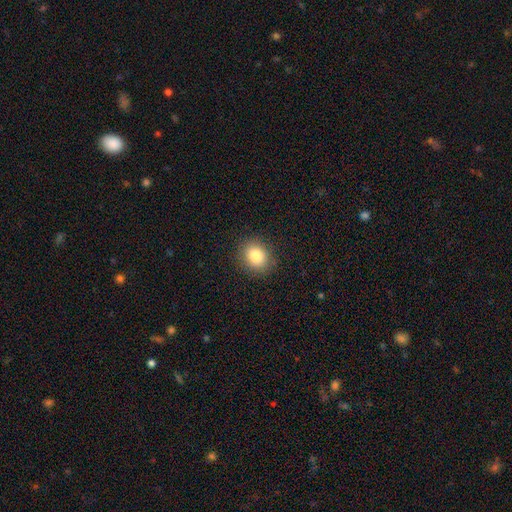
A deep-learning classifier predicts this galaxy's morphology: This appears to be a smooth galaxy with no disk features (83%) that is round (66%). Merging: none (88%).